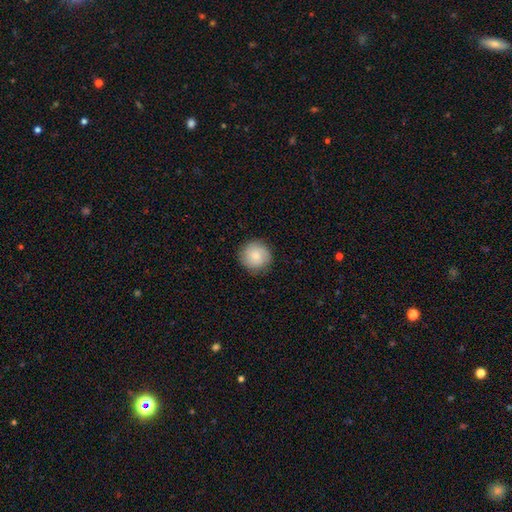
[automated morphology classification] This appears to be a smooth galaxy with no disk features (78%) that is round (94%). Merging: none (87%).